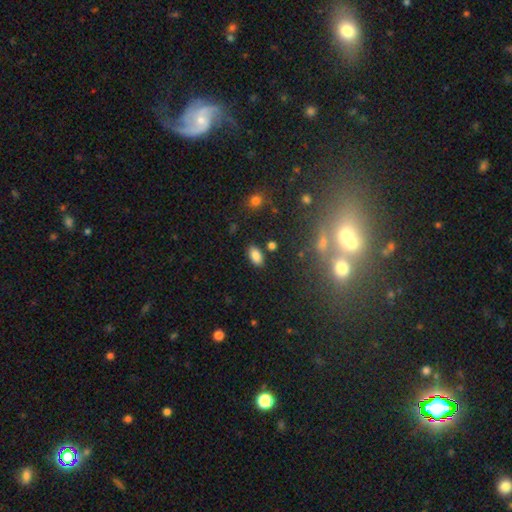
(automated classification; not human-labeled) This is clearly a smooth galaxy (84%). How rounded: clearly in between (93%). Merging: clearly none (85%).